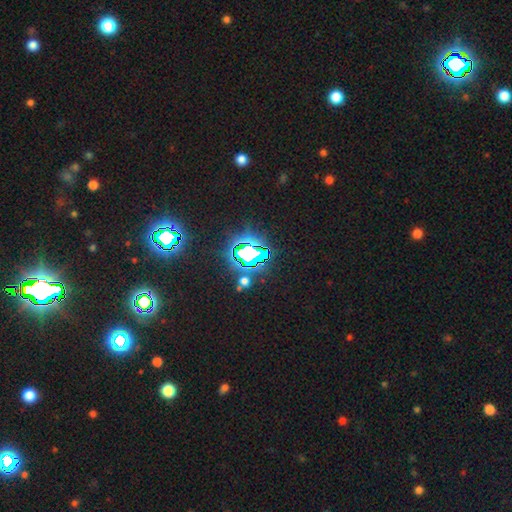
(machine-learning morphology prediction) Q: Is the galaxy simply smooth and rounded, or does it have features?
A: star or artifact — 74%.